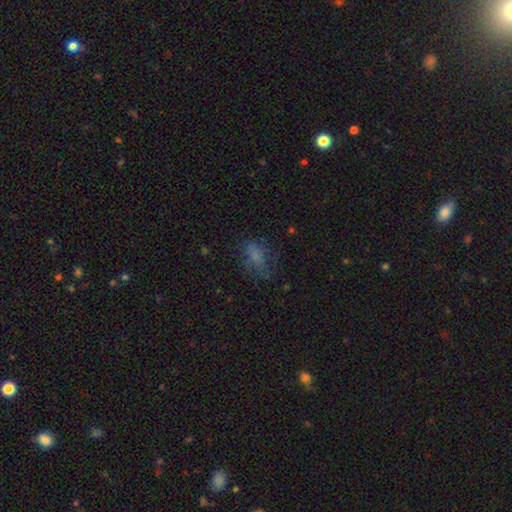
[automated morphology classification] smooth-or-featured: smooth: 62% | featured or disk: 20% | star or artifact: 17%
  how-rounded: in between: 80% | round: 13% | cigar-shaped: 7%
  merging: none: 51% | minor disturbance: 25% | major disturbance: 21% | merger: 3%